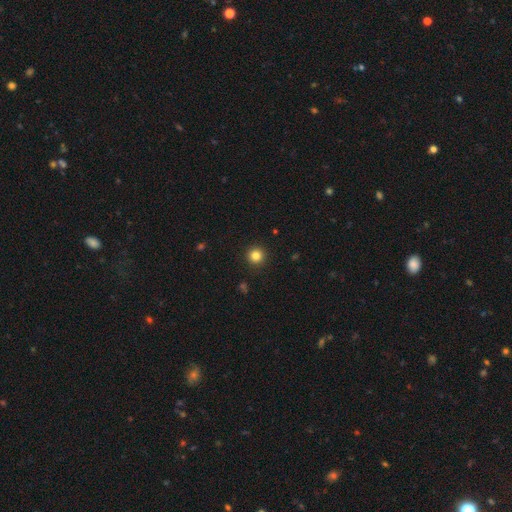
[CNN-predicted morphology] Q: Smooth or featured?
A: smooth (83%); runner-up: star or artifact (12%)
Q: How rounded?
A: round (96%); runner-up: in between (3%)
Q: Merging?
A: none (93%); runner-up: minor disturbance (5%)